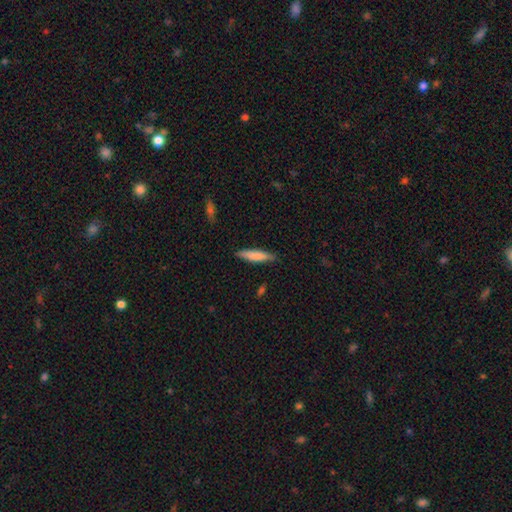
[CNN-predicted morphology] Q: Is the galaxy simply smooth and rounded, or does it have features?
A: smooth — 77%.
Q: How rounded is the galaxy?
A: cigar-shaped — 82%.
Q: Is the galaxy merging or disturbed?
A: none — 83%.